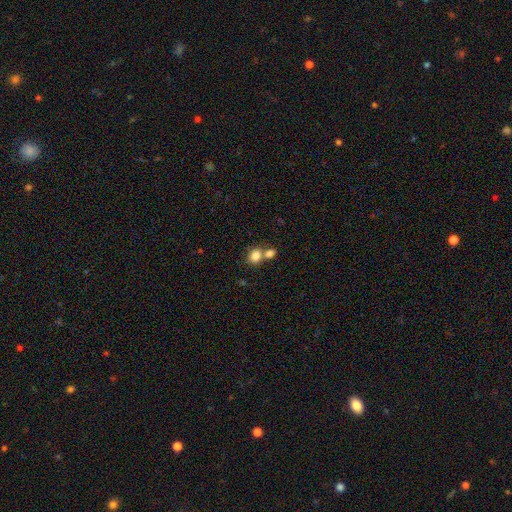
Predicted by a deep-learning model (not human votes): Morphology: type=smooth (82%); roundness=round (62%); merging=merger (45%).